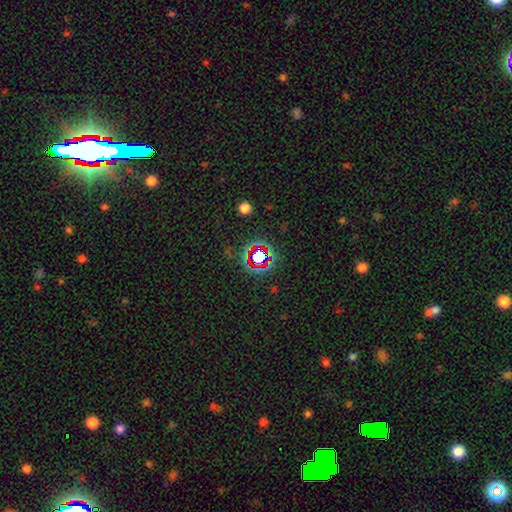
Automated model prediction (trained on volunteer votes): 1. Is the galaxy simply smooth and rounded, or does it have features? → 72% star or artifact, 17% smooth, 12% featured or disk.